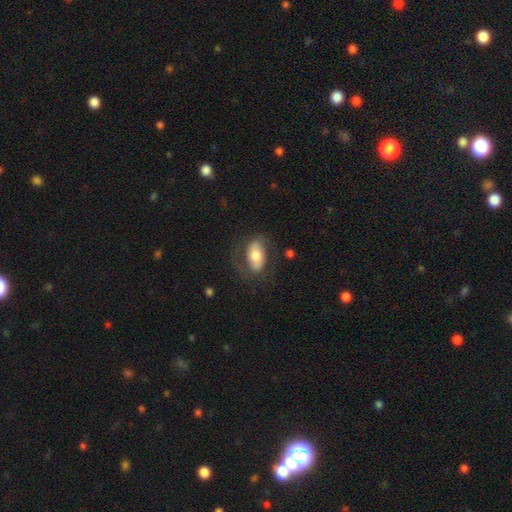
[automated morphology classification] Smooth or featured? Predicted: smooth (p=0.48). Merging? Predicted: none (p=0.67).